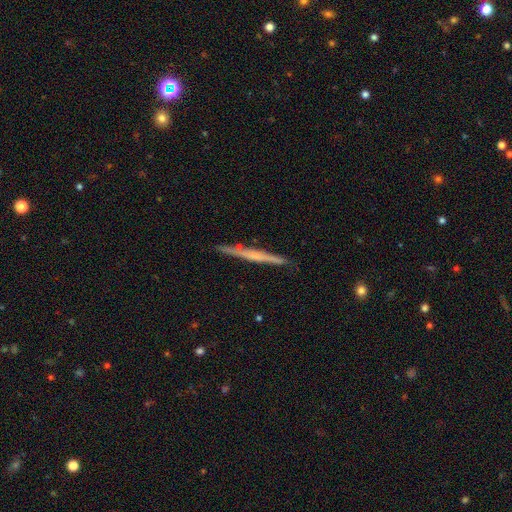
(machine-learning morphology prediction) Q: Smooth or featured?
A: featured or disk (58%); runner-up: smooth (36%)
Q: Edge-on disk?
A: yes (97%); runner-up: no (3%)
Q: Edge-on bulge?
A: none (63%); runner-up: rounded (29%)
Q: Merging?
A: none (88%); runner-up: minor disturbance (9%)